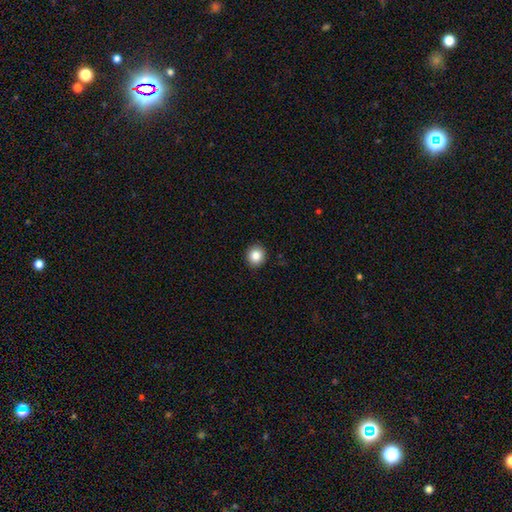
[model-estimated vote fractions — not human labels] This is clearly a smooth galaxy (85%). How rounded: clearly round (87%). Merging: clearly none (92%).